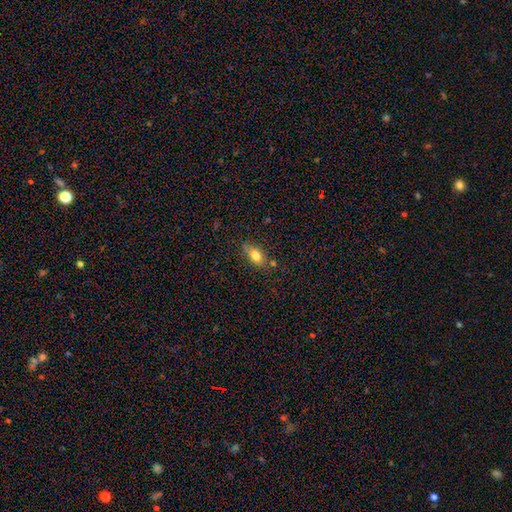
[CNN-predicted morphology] Smooth or featured?
  - smooth: 73% *
  - featured or disk: 18%
  - star or artifact: 9%
How rounded?
  - in between: 80% *
  - cigar-shaped: 14%
  - round: 6%
Merging?
  - none: 70% *
  - minor disturbance: 19%
  - merger: 6%
  - major disturbance: 5%